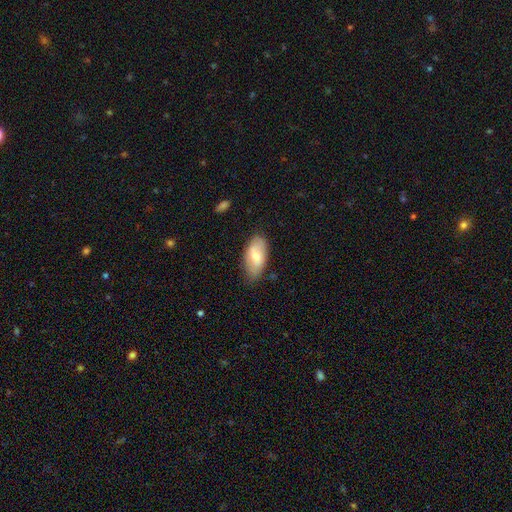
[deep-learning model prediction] Morphology: type=smooth (66%); roundness=in between (93%); merging=none (74%).